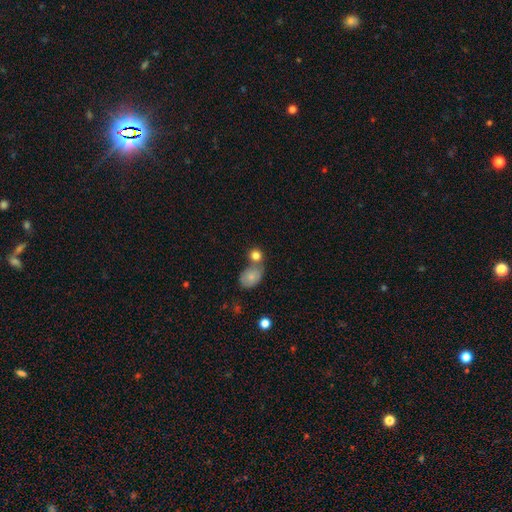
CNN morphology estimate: A smooth galaxy with no disk features (80%) that is round (73%).

Vote fractions:
- Smooth or featured? smooth: 80% / featured or disk: 11% / star or artifact: 10%
- How rounded? round: 73% / in between: 26% / cigar-shaped: 1%
- Merging? none: 47% / merger: 41% / minor disturbance: 9% / major disturbance: 4%